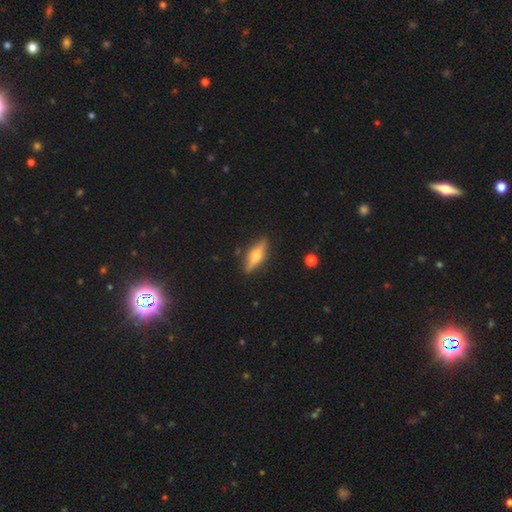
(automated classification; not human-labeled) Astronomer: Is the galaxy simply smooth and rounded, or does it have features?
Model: featured or disk — 61%.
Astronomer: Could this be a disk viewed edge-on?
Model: yes — 94%.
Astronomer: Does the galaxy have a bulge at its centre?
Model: rounded — 94%.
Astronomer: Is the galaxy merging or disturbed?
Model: none — 88%.